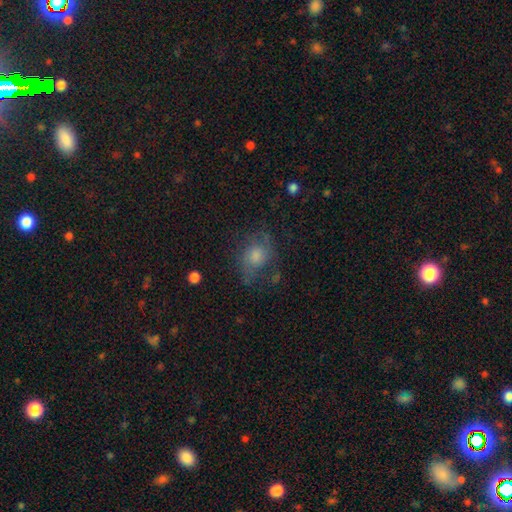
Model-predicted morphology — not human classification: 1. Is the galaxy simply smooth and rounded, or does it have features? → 43% featured or disk, 42% smooth, 15% star or artifact.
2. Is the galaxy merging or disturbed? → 60% none, 22% minor disturbance, 16% major disturbance, 2% merger.